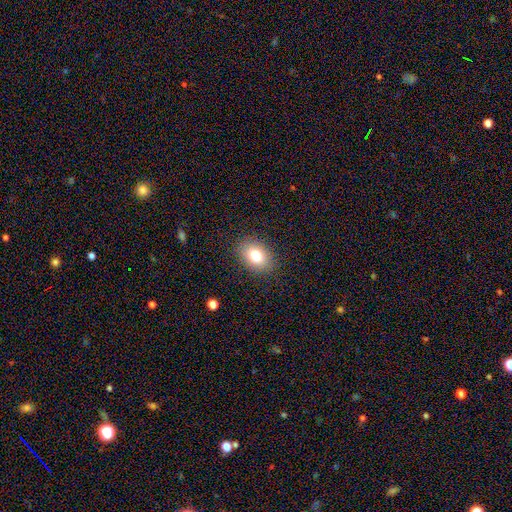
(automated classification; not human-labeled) Overall: smooth (79%). How rounded: in between (75%). Merging: none (87%).